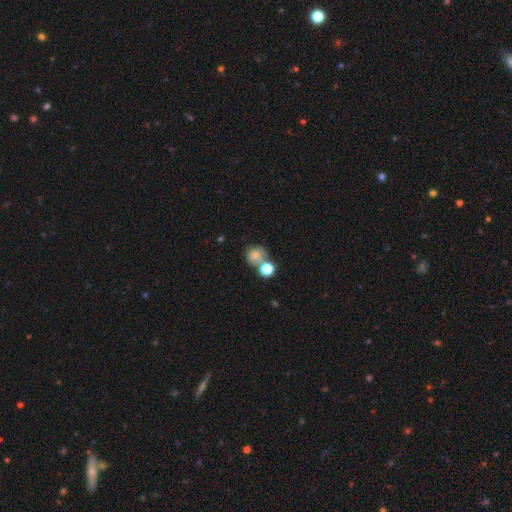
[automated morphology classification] Smooth or featured? smooth (73%)
How rounded? round (82%)
Merging? none (47%)